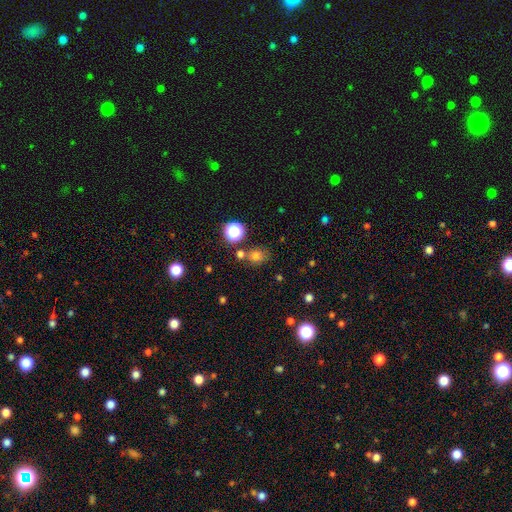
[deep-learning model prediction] The model was most divided on "how rounded": round: 68%, in between: 31%, cigar-shaped: 1%. More confident: merging — none (71%); smooth or featured — smooth (70%).